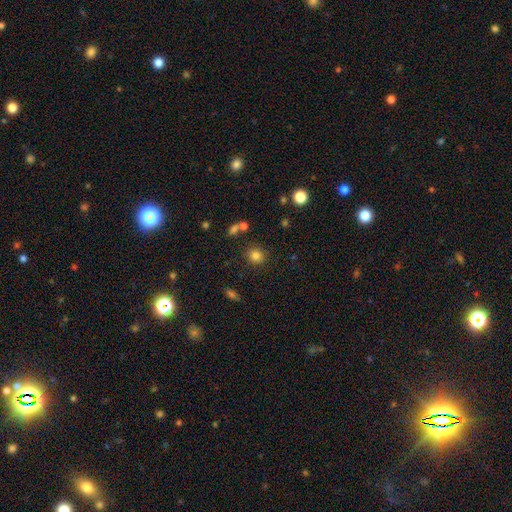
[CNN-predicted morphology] A smooth galaxy with no disk features (81%) that is round (86%). Merging: none (83%).